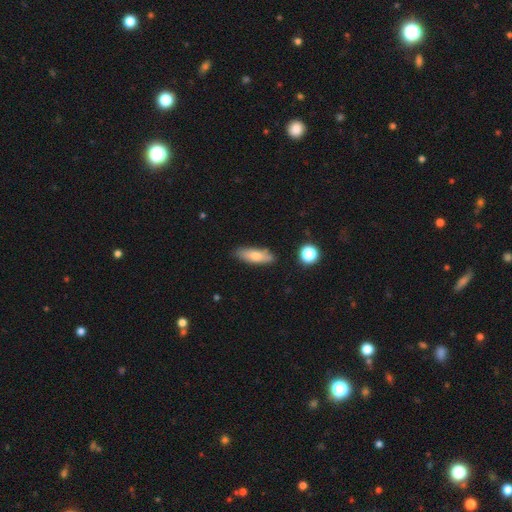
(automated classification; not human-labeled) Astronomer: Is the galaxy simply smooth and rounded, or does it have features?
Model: smooth — 75%.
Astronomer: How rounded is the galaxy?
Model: in between — 58% (runner-up: cigar-shaped, 39%).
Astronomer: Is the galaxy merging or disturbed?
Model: none — 81%.